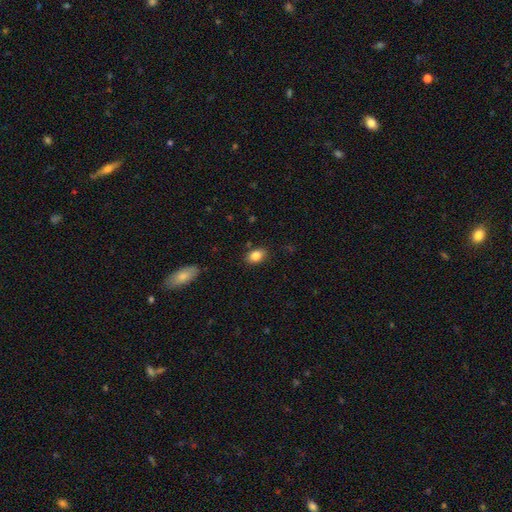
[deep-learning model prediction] Q: Smooth or featured?
A: smooth (85%); runner-up: star or artifact (8%)
Q: How rounded?
A: in between (85%); runner-up: round (14%)
Q: Merging?
A: none (85%); runner-up: minor disturbance (11%)